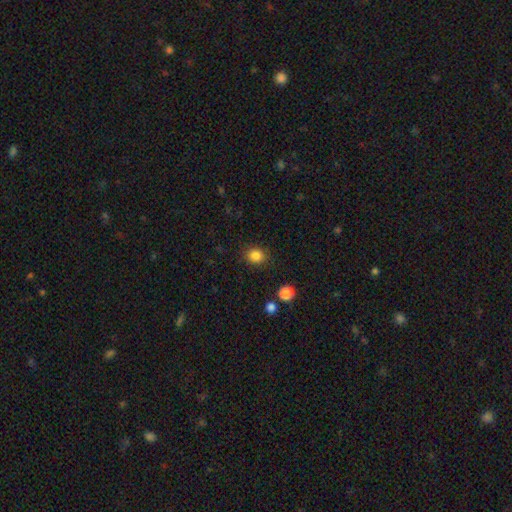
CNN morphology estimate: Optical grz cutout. It shows a smooth galaxy with no disk features (85%) that is round (64%). Merging: none (86%).